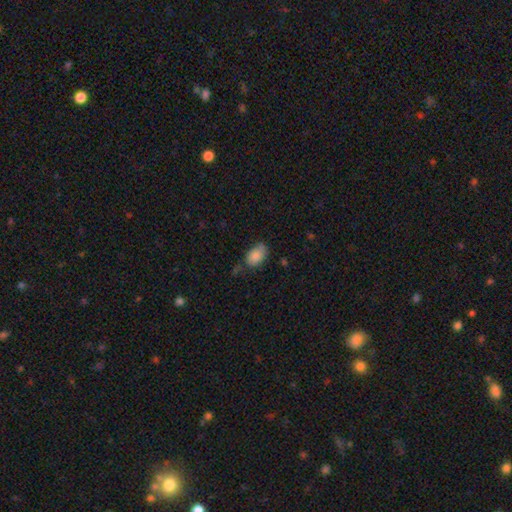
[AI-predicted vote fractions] Smooth or featured: smooth — 84% (featured or disk — 8%)
How rounded: in between — 89% (round — 9%)
Merging: none — 58% (minor disturbance — 31%)